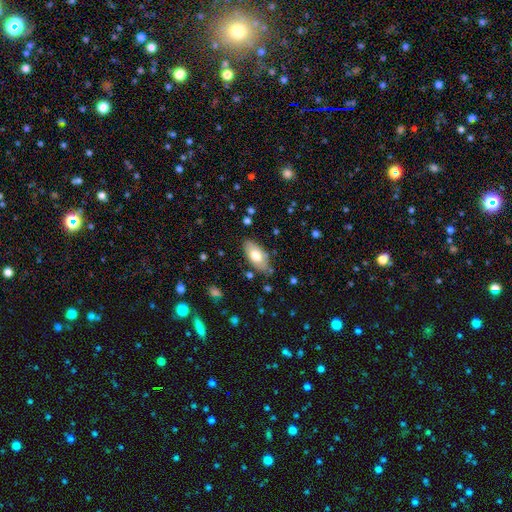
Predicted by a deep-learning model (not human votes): smooth_or_featured: smooth (p=0.70) [alt: featured or disk p=0.24]
how_rounded: in between (p=0.92) [alt: cigar-shaped p=0.06]
merging: none (p=0.79) [alt: minor disturbance p=0.15]